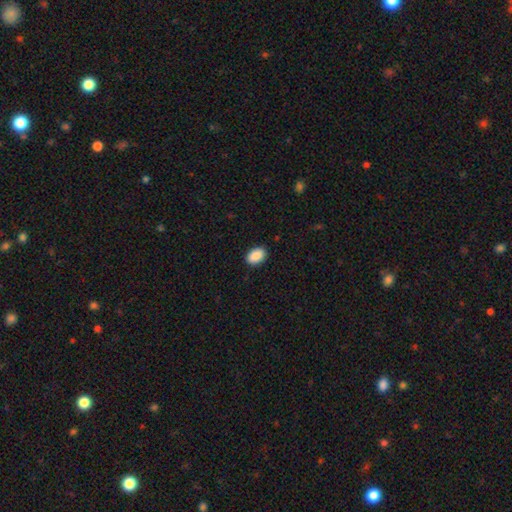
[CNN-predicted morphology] Smooth or featured: smooth — 90% (star or artifact — 7%)
How rounded: in between — 90% (round — 9%)
Merging: none — 89% (minor disturbance — 8%)